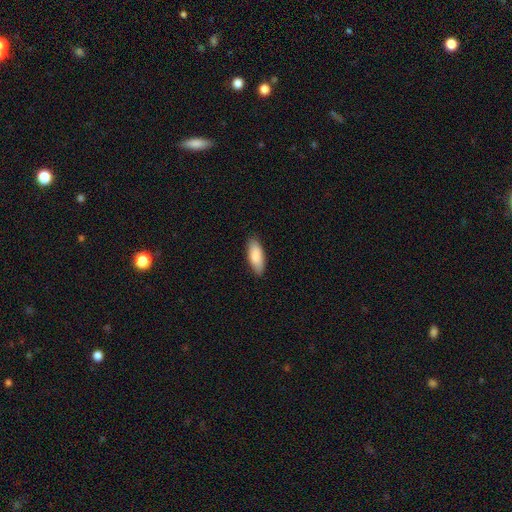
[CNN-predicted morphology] smooth 87%, featured or disk 8%, star or artifact 5%. Down the decision tree: how rounded — in between (76%); merging — none (87%).